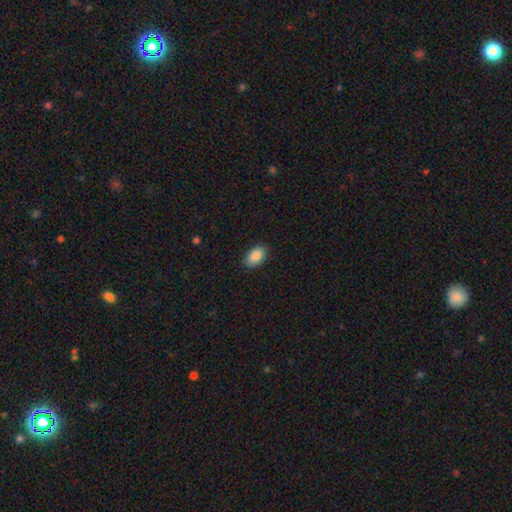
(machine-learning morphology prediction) smooth 88%, star or artifact 7%, featured or disk 5%. Down the decision tree: how rounded — in between (94%); merging — none (88%).